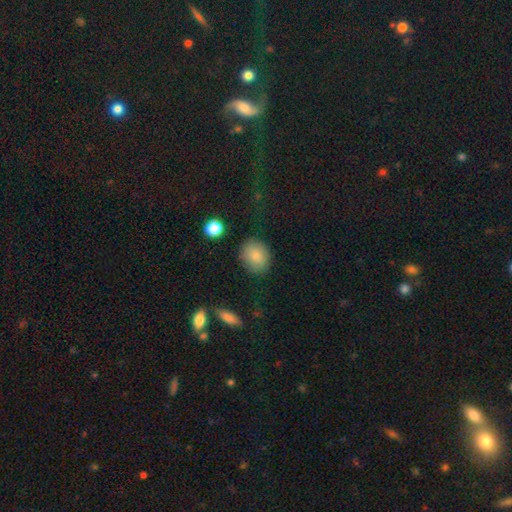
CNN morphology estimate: The model was most divided on "how rounded": round: 61%, in between: 38%, cigar-shaped: 1%. More confident: smooth or featured — smooth (84%); merging — none (83%).